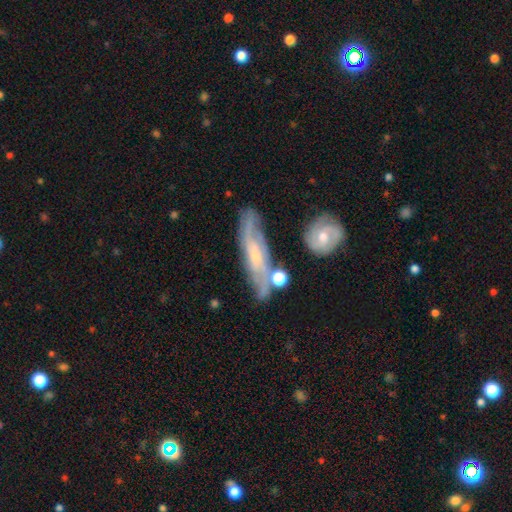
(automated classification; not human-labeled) Smooth or featured: featured or disk — 69% (smooth — 24%)
Edge-on disk: no — 70% (yes — 30%)
Merging: none — 61% (minor disturbance — 21%)